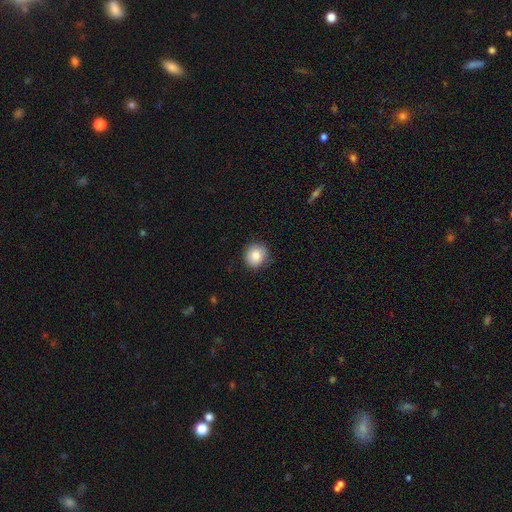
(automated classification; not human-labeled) smooth-or-featured: smooth: 85% | star or artifact: 8% | featured or disk: 7%
  how-rounded: round: 86% | in between: 13% | cigar-shaped: 1%
  merging: none: 83% | minor disturbance: 13% | major disturbance: 3% | merger: 1%